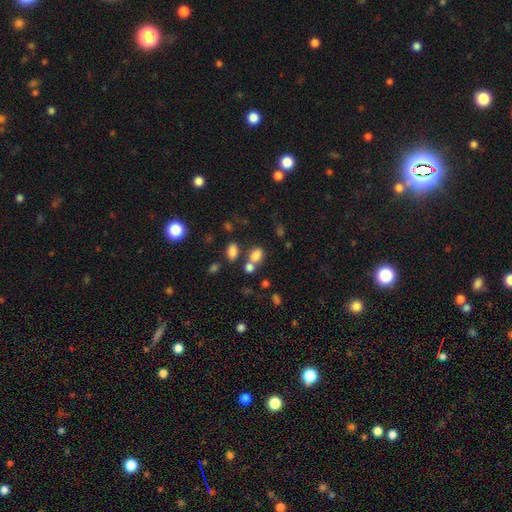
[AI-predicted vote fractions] smooth 77%, star or artifact 15%, featured or disk 8%. Down the decision tree: how rounded — in between (69%); merging — none (49%).